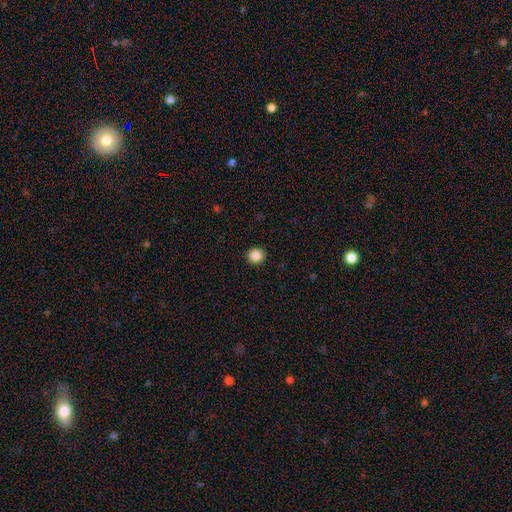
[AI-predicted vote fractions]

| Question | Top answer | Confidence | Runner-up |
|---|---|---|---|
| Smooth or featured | smooth | 87% | star or artifact (10%) |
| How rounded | round | 90% | in between (9%) |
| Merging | none | 93% | minor disturbance (5%) |